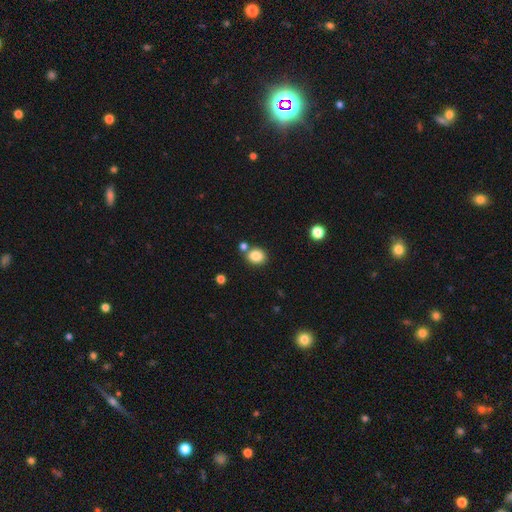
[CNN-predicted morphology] Smooth or featured?
  - smooth: 85% *
  - star or artifact: 10%
  - featured or disk: 5%
How rounded?
  - round: 62% *
  - in between: 37%
  - cigar-shaped: 1%
Merging?
  - none: 71% *
  - merger: 16%
  - minor disturbance: 10%
  - major disturbance: 3%